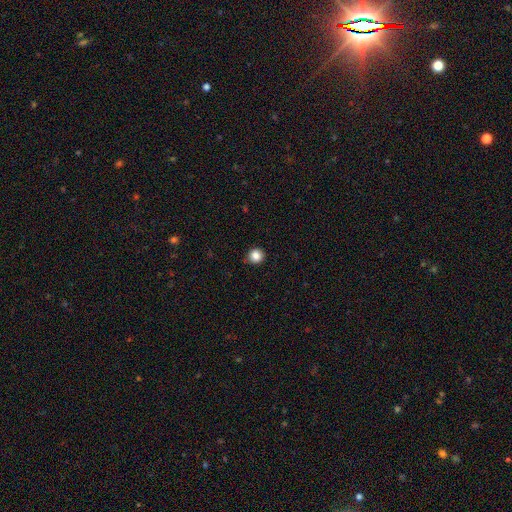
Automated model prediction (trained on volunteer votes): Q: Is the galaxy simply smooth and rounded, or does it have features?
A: smooth — 85%.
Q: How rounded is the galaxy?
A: round — 93%.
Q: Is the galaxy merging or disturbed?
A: none — 88%.